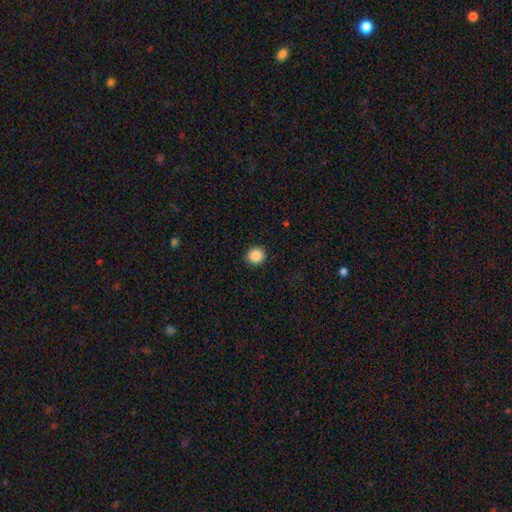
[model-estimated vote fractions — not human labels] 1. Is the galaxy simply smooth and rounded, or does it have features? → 88% smooth, 9% star or artifact, 3% featured or disk.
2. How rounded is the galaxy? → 92% round, 7% in between, 1% cigar-shaped.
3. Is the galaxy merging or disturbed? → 91% none, 6% minor disturbance, 2% major disturbance, 1% merger.